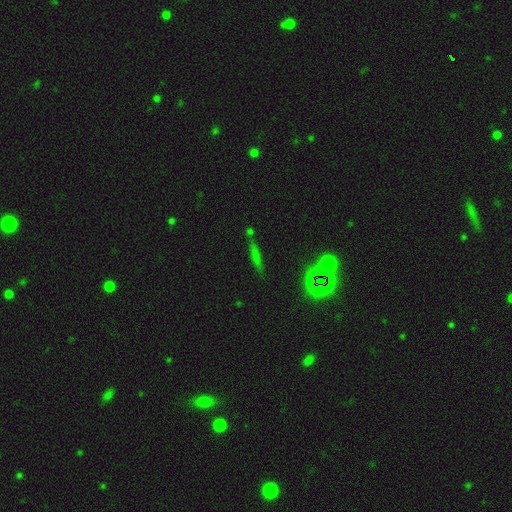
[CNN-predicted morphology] Smooth or featured: smooth — 48% (star or artifact — 29%)
Merging: none — 76% (minor disturbance — 13%)